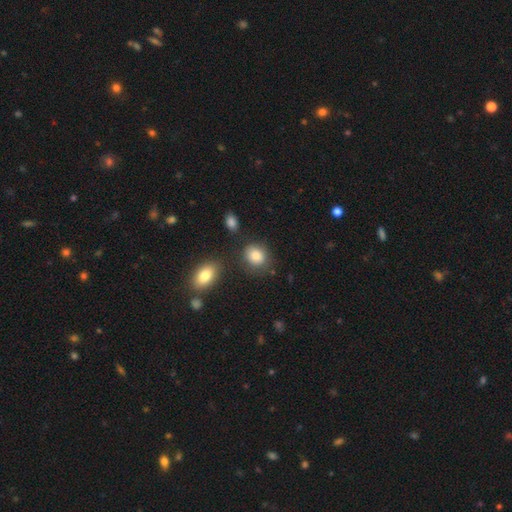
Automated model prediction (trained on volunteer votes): Smooth or featured? smooth (86%)
How rounded? round (58%)
Merging? none (74%)